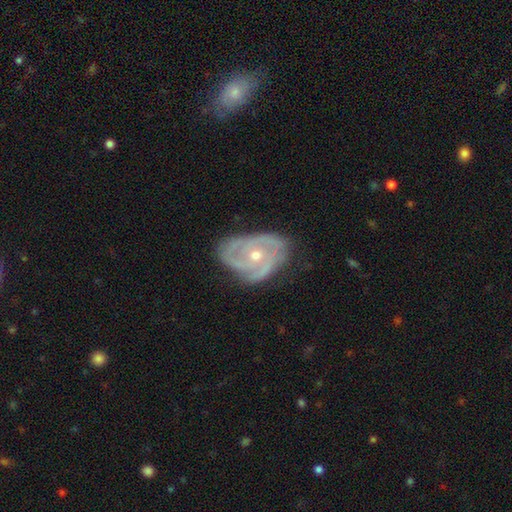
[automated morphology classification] Smooth or featured: featured or disk — 82% (smooth — 12%)
Edge-on disk: no — 96% (yes — 4%)
Bar: no — 77% (weak — 18%)
Spiral arms: yes — 88% (no — 12%)
Spiral winding: tight — 53% (medium — 36%)
Spiral arm count: 3 — 35% (can't tell — 25%)
Bulge size: moderate — 54% (small — 44%)
Merging: none — 57% (minor disturbance — 29%)